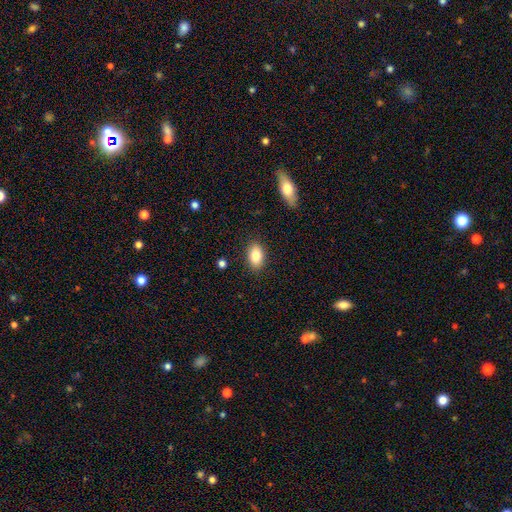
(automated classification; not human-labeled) Overall: smooth (82%). How rounded: in between (90%). Merging: none (88%).